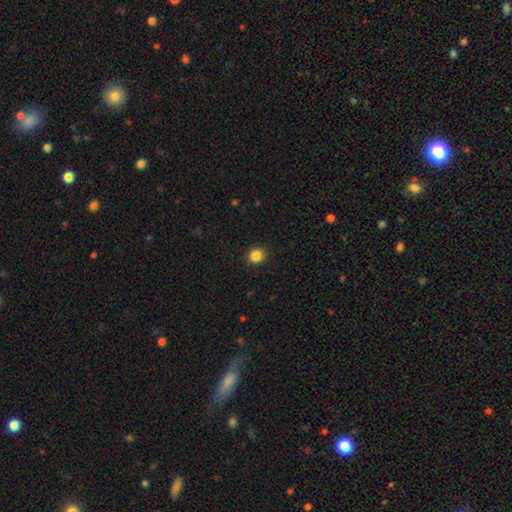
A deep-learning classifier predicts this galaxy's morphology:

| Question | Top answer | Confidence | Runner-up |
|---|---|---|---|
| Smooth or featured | smooth | 86% | star or artifact (11%) |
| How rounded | round | 85% | in between (14%) |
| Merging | none | 91% | minor disturbance (6%) |